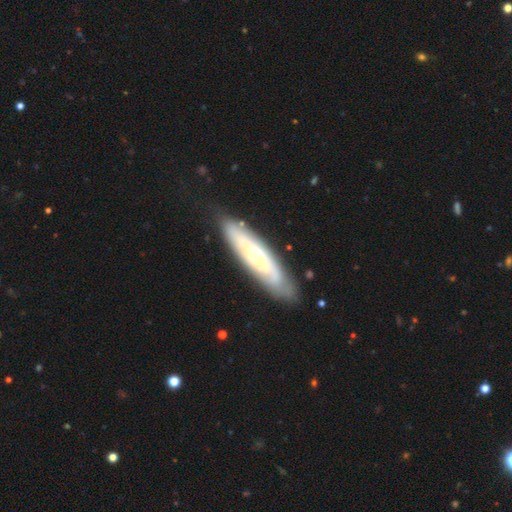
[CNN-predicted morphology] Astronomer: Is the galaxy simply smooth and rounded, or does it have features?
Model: featured or disk — 65%.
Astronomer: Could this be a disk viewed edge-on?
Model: no — 66%.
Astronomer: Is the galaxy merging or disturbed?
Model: none — 78%.